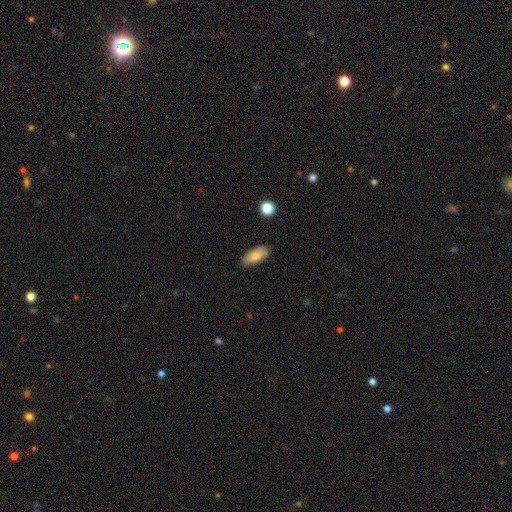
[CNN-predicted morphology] Smooth or featured?
  - smooth: 74% *
  - featured or disk: 19%
  - star or artifact: 7%
How rounded?
  - in between: 87% *
  - cigar-shaped: 10%
  - round: 3%
Merging?
  - none: 83% *
  - minor disturbance: 13%
  - major disturbance: 2%
  - merger: 1%